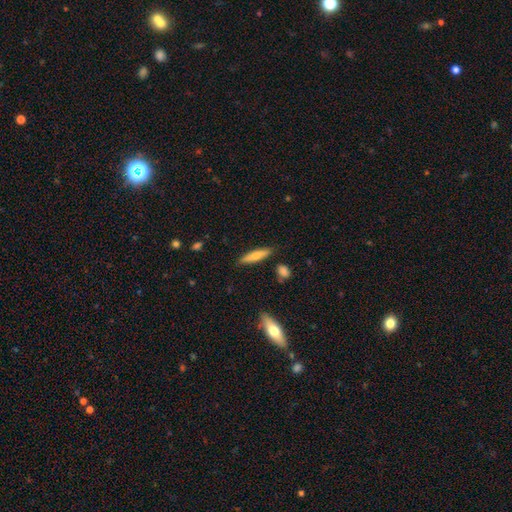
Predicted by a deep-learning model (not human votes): Smooth or featured? smooth (68%)
How rounded? cigar-shaped (80%)
Merging? none (84%)